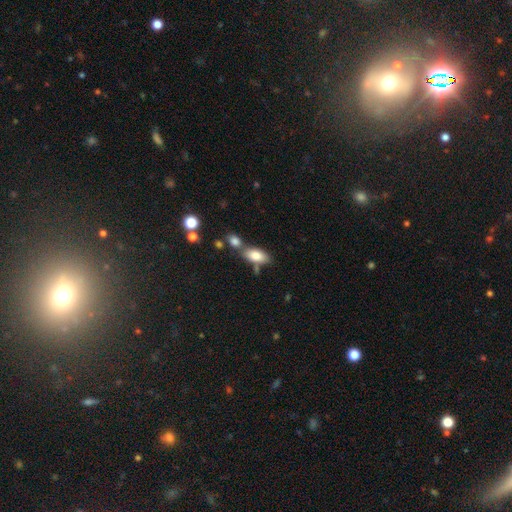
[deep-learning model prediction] A smooth galaxy with no disk features (81%) that is in between round and cigar-shaped (89%). Merging: none (54%).